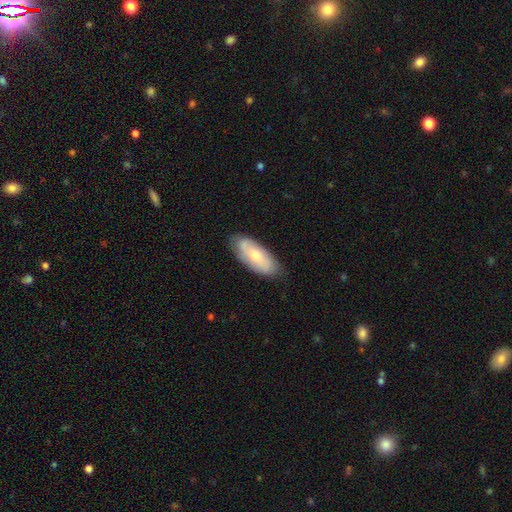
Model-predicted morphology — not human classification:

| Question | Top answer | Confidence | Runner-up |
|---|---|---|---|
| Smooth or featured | smooth | 59% | featured or disk (35%) |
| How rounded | in between | 82% | cigar-shaped (15%) |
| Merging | none | 77% | minor disturbance (18%) |